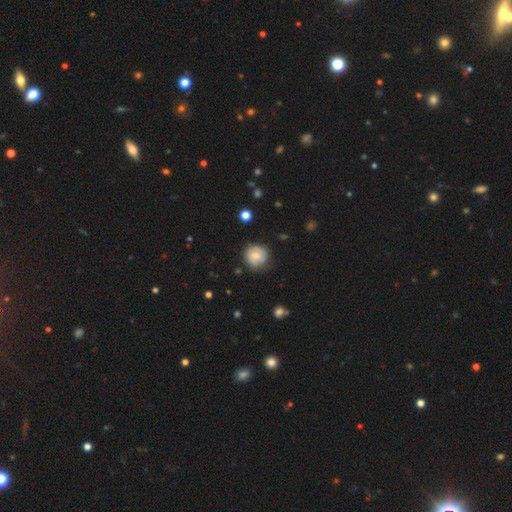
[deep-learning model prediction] Smooth or featured: smooth — 58% (featured or disk — 34%)
How rounded: round — 88% (in between — 11%)
Merging: none — 72% (minor disturbance — 21%)